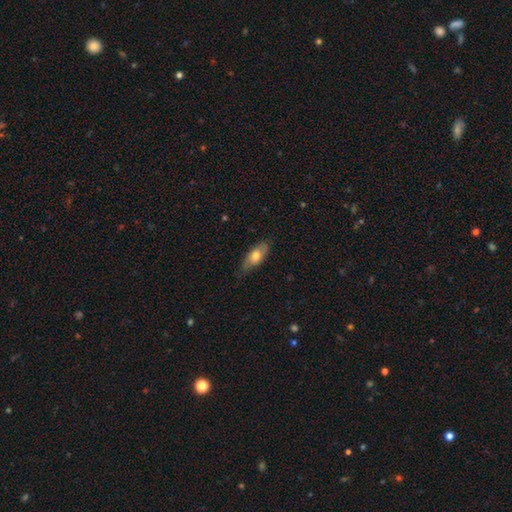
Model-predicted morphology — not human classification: This appears to be a smooth galaxy with no disk features (65%) that is in between round and cigar-shaped (81%). Merging: none (70%).